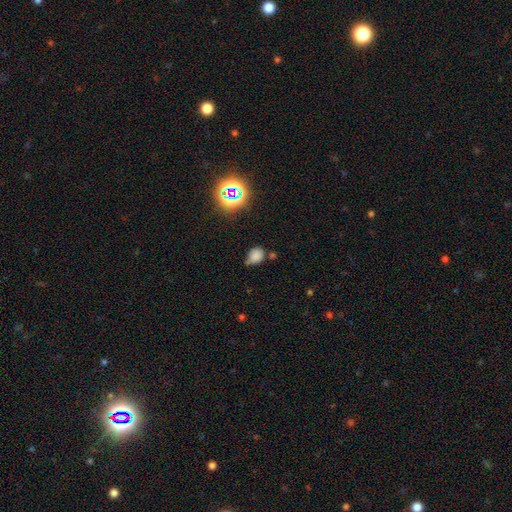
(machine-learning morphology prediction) A smooth galaxy with no disk features (74%) that is in between round and cigar-shaped (56%).

Vote fractions:
- Smooth or featured? smooth: 74% / star or artifact: 18% / featured or disk: 7%
- How rounded? in between: 56% / round: 43% / cigar-shaped: 1%
- Merging? none: 55% / minor disturbance: 30% / merger: 8% / major disturbance: 7%